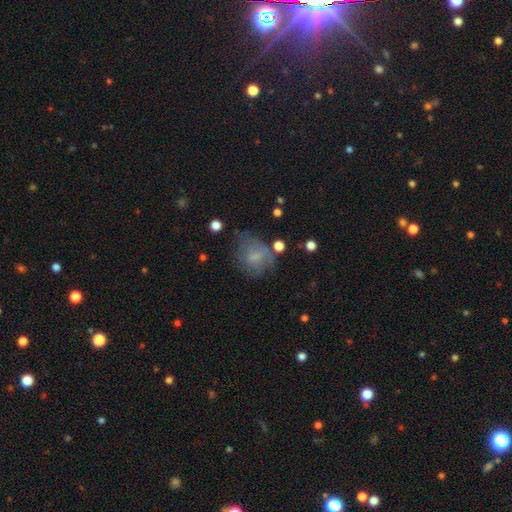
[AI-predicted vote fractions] smooth_or_featured: smooth (p=0.56) [alt: featured or disk p=0.32]
how_rounded: round (p=0.54) [alt: in between p=0.45]
merging: none (p=0.45) [alt: minor disturbance p=0.26]